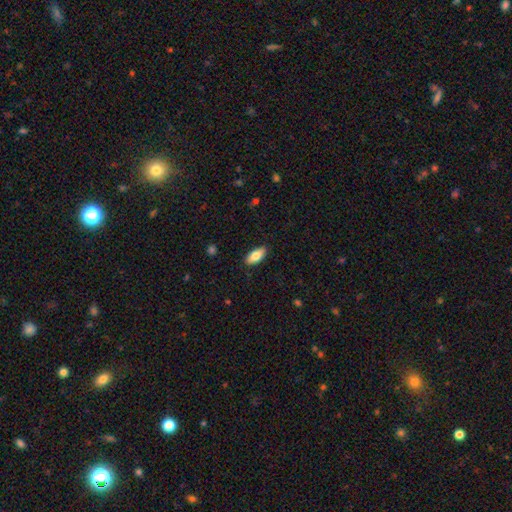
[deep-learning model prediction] This is clearly a smooth galaxy (80%). How rounded: clearly in between (85%). Merging: clearly none (87%).